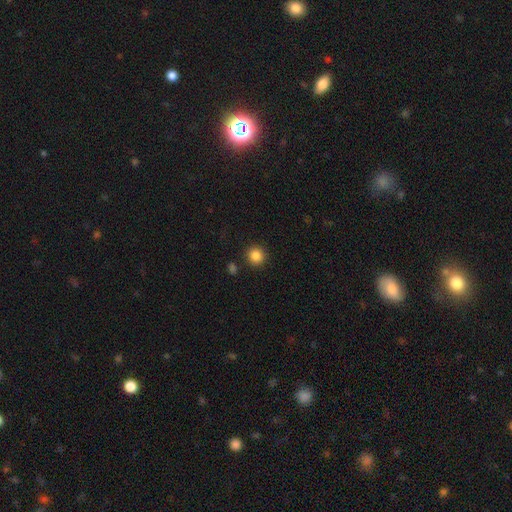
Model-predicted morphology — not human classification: A smooth galaxy with no disk features (86%) that is round (94%). Merging: none (89%).